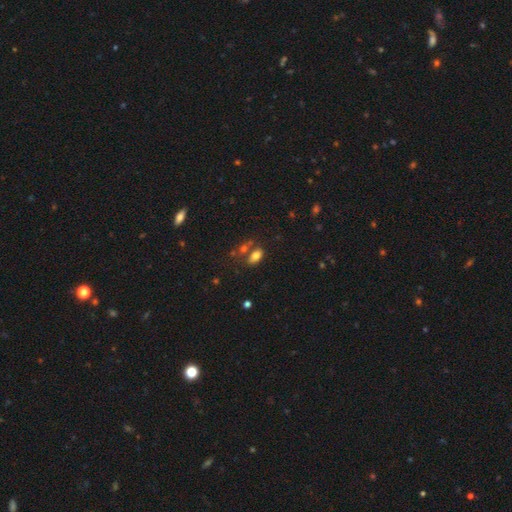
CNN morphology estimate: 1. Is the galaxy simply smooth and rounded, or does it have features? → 77% smooth, 12% featured or disk, 11% star or artifact.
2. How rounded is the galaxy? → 88% in between, 7% round, 5% cigar-shaped.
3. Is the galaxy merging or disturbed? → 55% none, 26% merger, 13% minor disturbance, 5% major disturbance.